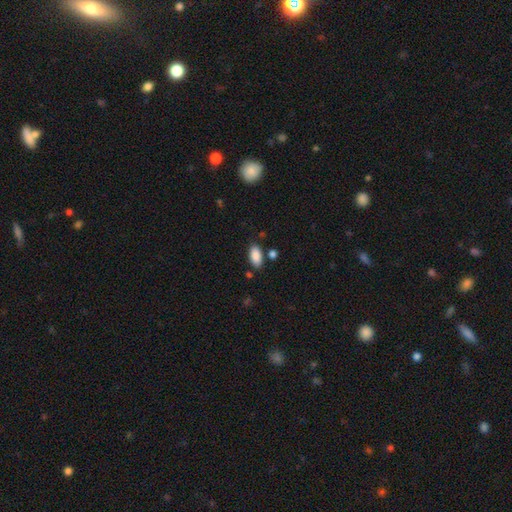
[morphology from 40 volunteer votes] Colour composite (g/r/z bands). It shows a smooth galaxy with no disk features (85%) that is in between round and cigar-shaped (82%). Merging: none (92%).